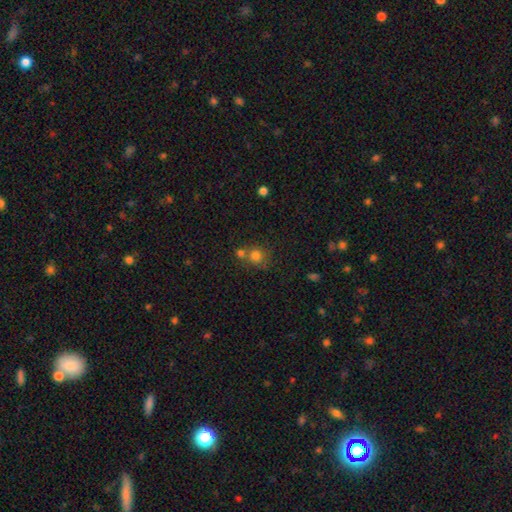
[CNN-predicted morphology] This is likely a smooth galaxy (77%). How rounded: clearly round (86%). Merging: possibly none (52%).